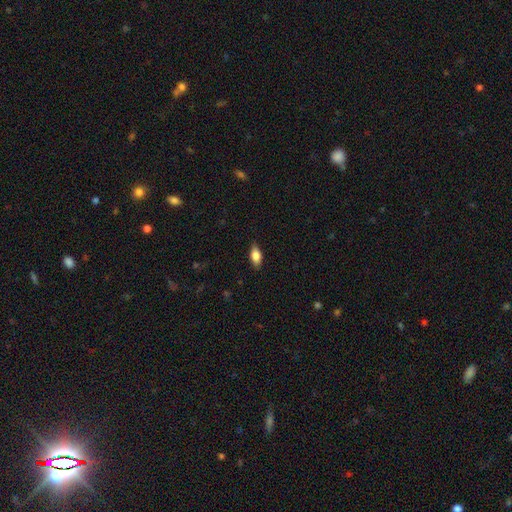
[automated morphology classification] Q: Smooth or featured?
A: smooth (79%); runner-up: featured or disk (14%)
Q: How rounded?
A: in between (87%); runner-up: cigar-shaped (9%)
Q: Merging?
A: none (83%); runner-up: minor disturbance (13%)